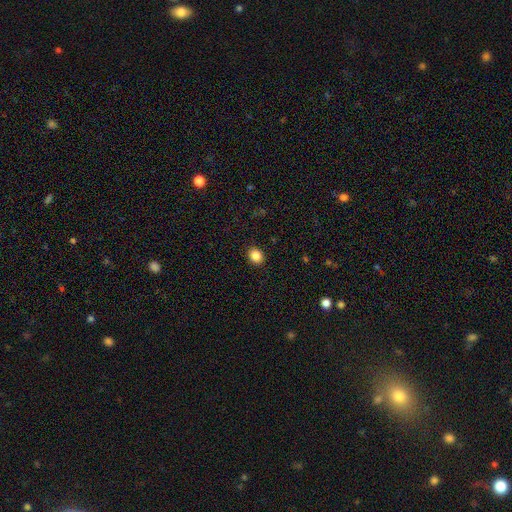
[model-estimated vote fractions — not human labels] Overall: smooth (86%). How rounded: round (63%; in between 37%). Merging: none (91%).